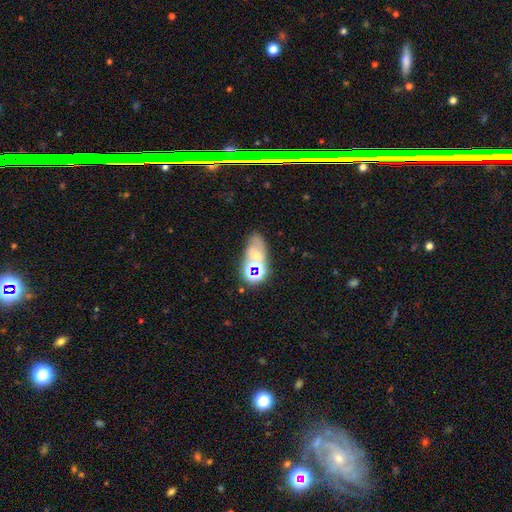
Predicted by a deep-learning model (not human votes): Smooth or featured: smooth — 47% (featured or disk — 27%)
Merging: none — 53% (merger — 22%)